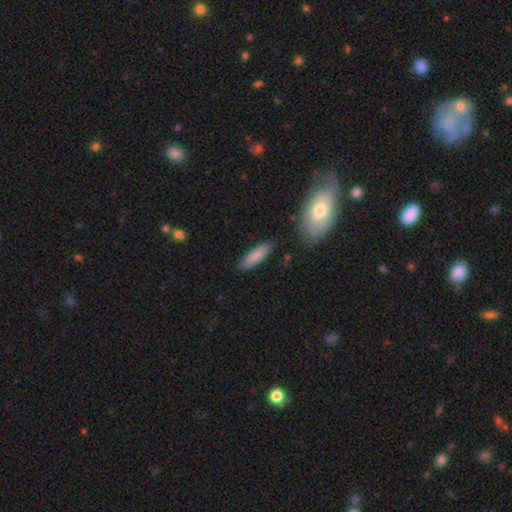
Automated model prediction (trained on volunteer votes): Morphology: type=smooth (81%); roundness=cigar-shaped (55%); merging=none (83%).